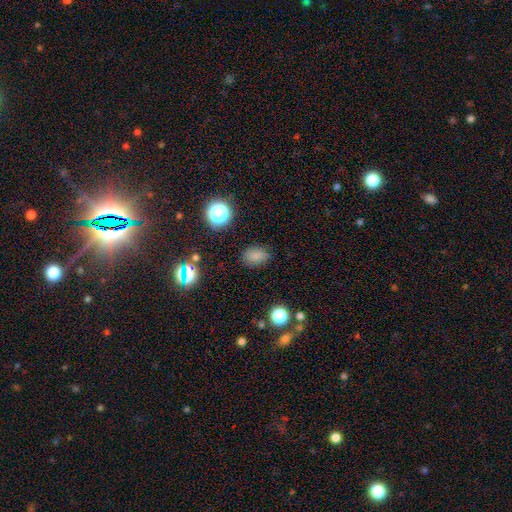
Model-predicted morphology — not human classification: Smooth or featured?
  - smooth: 77% *
  - star or artifact: 17%
  - featured or disk: 6%
How rounded?
  - in between: 75% *
  - round: 23%
  - cigar-shaped: 2%
Merging?
  - none: 82% *
  - minor disturbance: 13%
  - major disturbance: 4%
  - merger: 2%